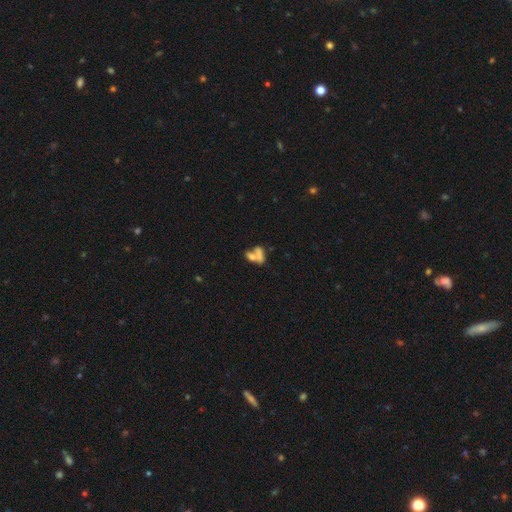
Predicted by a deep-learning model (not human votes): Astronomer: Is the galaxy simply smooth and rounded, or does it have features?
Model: smooth — 64%.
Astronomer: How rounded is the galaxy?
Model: in between — 68%.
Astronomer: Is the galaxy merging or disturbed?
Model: merger — 59%.